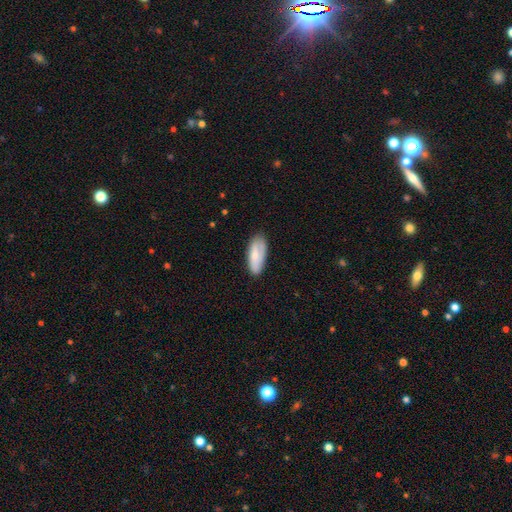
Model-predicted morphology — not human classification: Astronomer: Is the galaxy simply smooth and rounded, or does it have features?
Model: smooth — 69%.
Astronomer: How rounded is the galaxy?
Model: in between — 82%.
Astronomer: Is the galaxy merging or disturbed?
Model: none — 77%.